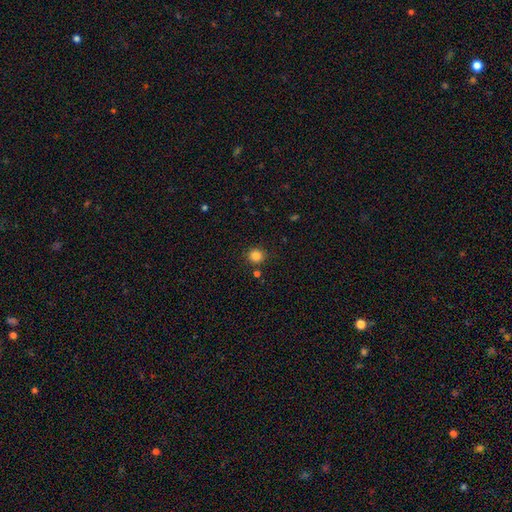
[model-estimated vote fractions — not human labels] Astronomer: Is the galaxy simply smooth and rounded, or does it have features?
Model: smooth — 85%.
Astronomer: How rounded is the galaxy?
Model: round — 91%.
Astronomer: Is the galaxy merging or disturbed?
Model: none — 85%.